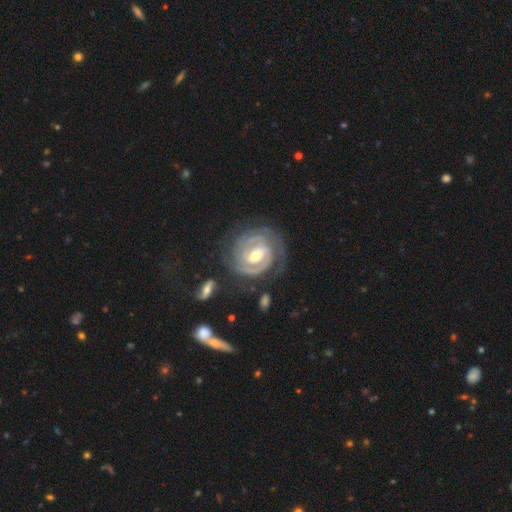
Overall: featured or disk (85%). Edge-on disk: no (100%). Bar: weak (48%; strong 39%). Spiral arms: yes (97%). Spiral arm count: 2 (50%; 3 28%). Spiral winding: tight (91%). Bulge size: moderate (67%; small 30%). Merging: none (57%; minor disturbance 19%).